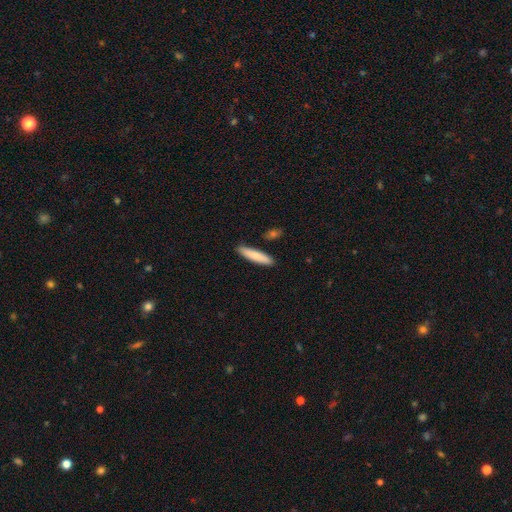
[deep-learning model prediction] smooth 81%, featured or disk 14%, star or artifact 5%. Down the decision tree: how rounded — cigar-shaped (83%); merging — none (89%).